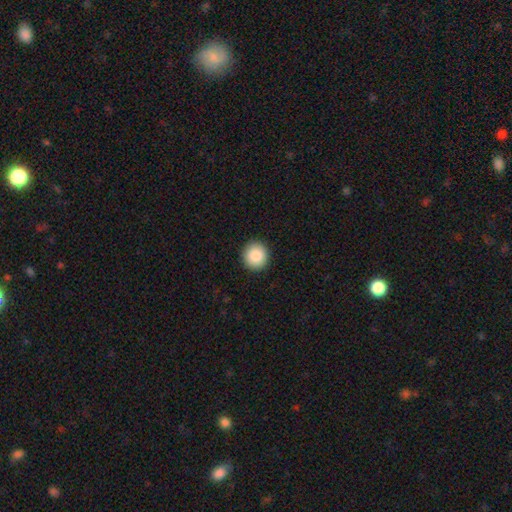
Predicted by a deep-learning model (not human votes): Smooth or featured?
  - smooth: 88% *
  - star or artifact: 8%
  - featured or disk: 5%
How rounded?
  - round: 93% *
  - in between: 6%
  - cigar-shaped: 1%
Merging?
  - none: 93% *
  - minor disturbance: 5%
  - major disturbance: 1%
  - merger: 1%